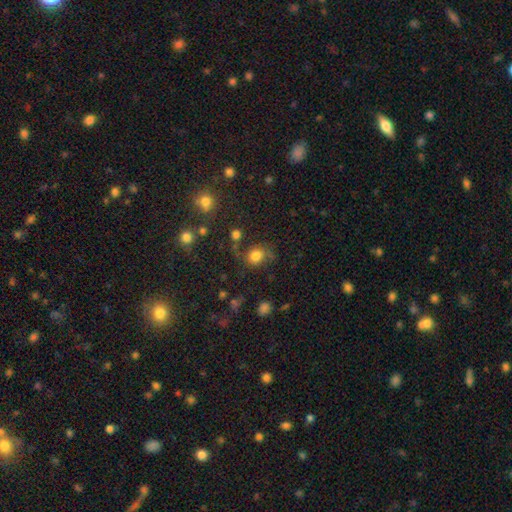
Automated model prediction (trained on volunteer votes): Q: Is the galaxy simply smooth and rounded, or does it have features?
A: smooth — 72%.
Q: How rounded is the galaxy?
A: round — 78%.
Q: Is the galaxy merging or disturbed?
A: none — 65%.